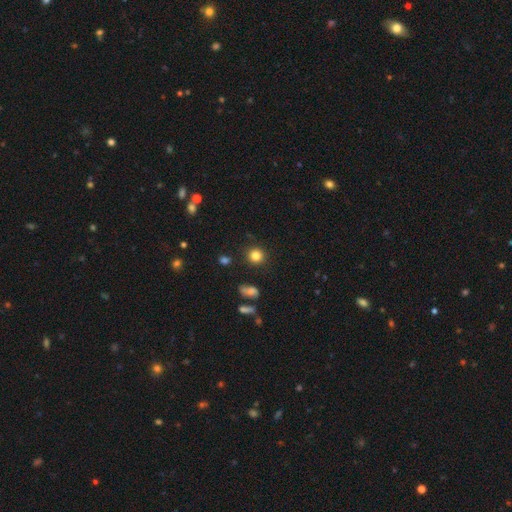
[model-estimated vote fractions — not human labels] Q: Smooth or featured?
A: smooth (83%); runner-up: star or artifact (12%)
Q: How rounded?
A: round (91%); runner-up: in between (8%)
Q: Merging?
A: none (88%); runner-up: minor disturbance (7%)